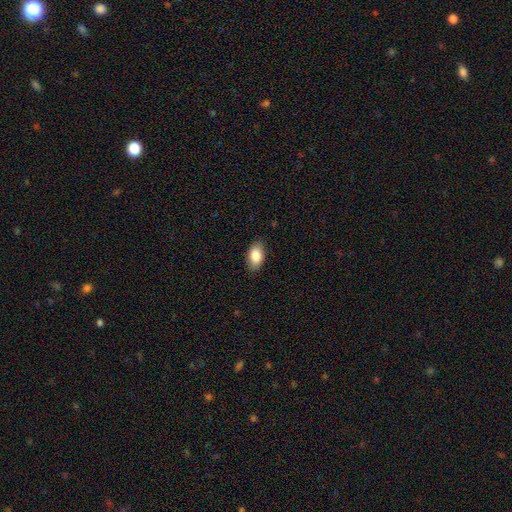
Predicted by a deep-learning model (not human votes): Smooth or featured? smooth (86%)
How rounded? in between (93%)
Merging? none (86%)